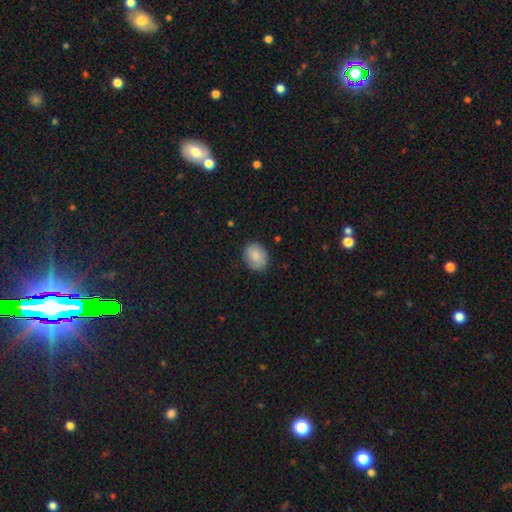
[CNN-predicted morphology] This appears to be a smooth galaxy with no disk features (87%) that is in between round and cigar-shaped (52%). Merging: none (84%).